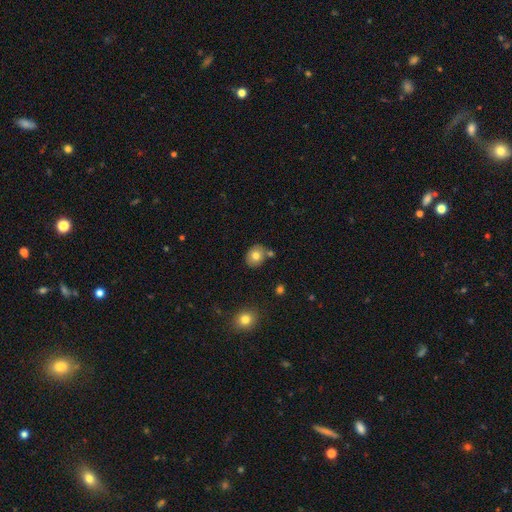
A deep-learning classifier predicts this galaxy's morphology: Smooth or featured? smooth (78%)
How rounded? round (63%)
Merging? none (75%)